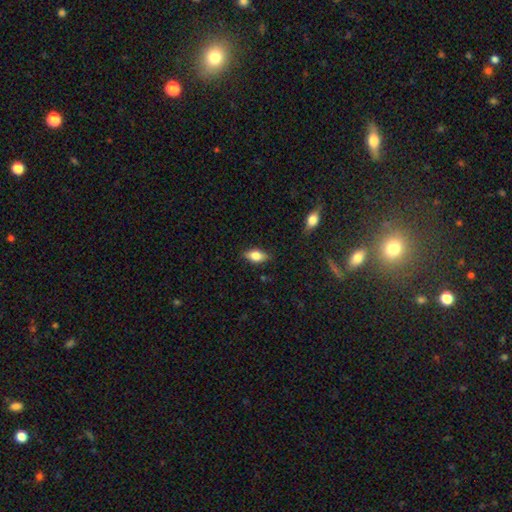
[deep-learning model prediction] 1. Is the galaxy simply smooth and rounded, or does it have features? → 69% smooth, 23% featured or disk, 8% star or artifact.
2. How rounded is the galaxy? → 84% in between, 10% cigar-shaped, 6% round.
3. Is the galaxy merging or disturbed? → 83% none, 13% minor disturbance, 3% major disturbance, 1% merger.